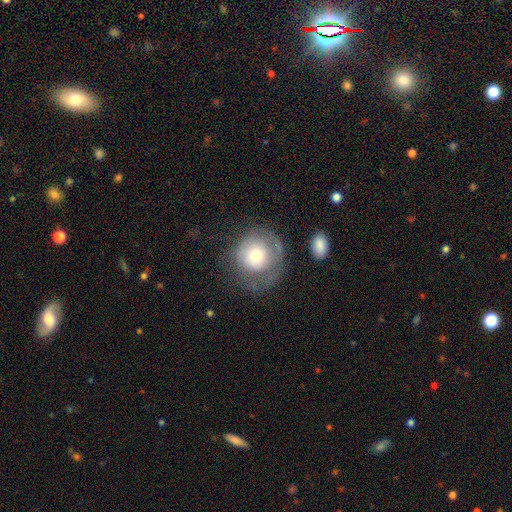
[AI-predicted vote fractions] Morphology: type=smooth (56%); roundness=round (85%); merging=none (46%).